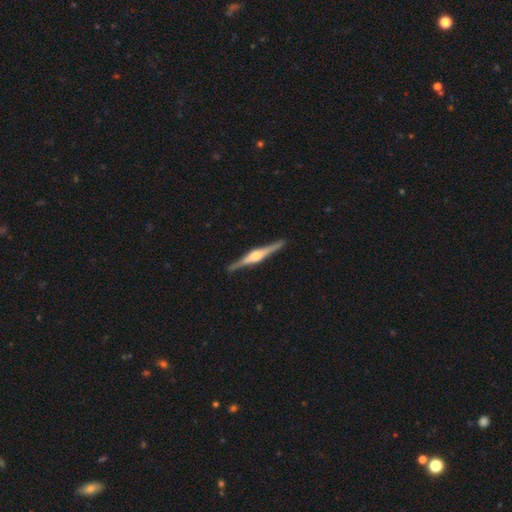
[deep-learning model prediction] Overall: featured or disk (85%). Edge-on disk: yes (99%). Edge-on bulge: rounded (79%). Merging: none (91%).